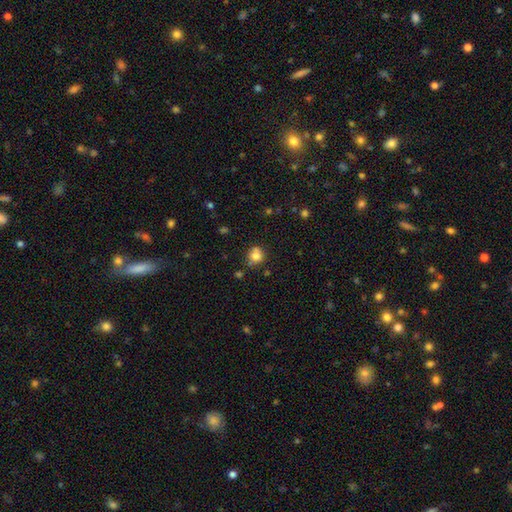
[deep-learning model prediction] Smooth or featured: smooth — 78% (star or artifact — 12%)
How rounded: round — 83% (in between — 17%)
Merging: none — 60% (minor disturbance — 18%)